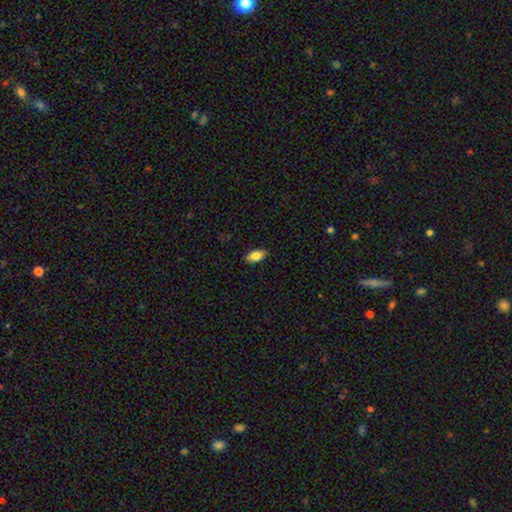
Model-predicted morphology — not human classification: This is clearly a smooth galaxy (85%). How rounded: clearly in between (92%). Merging: clearly none (89%).